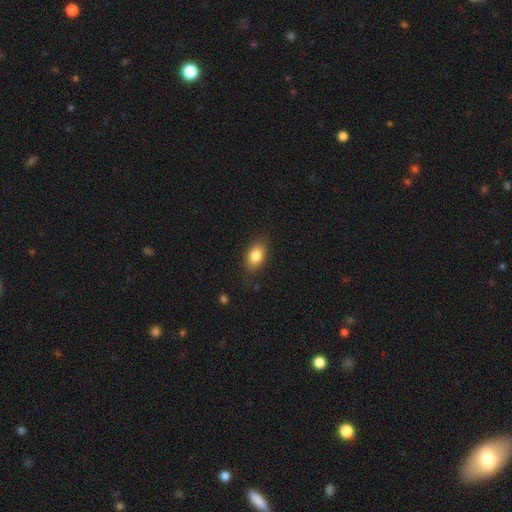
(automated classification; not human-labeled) This appears to be a smooth galaxy with no disk features (82%) that is in between round and cigar-shaped (84%). Merging: none (83%).